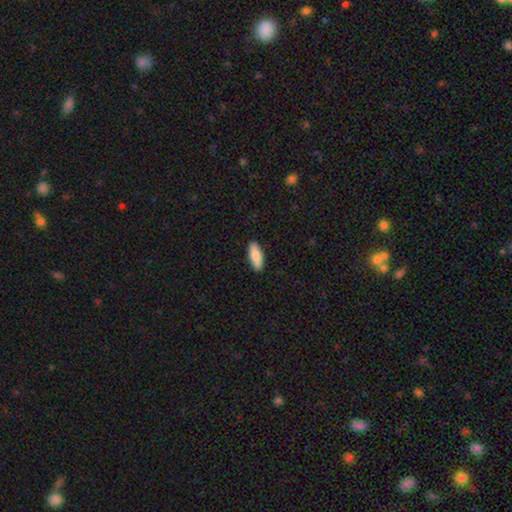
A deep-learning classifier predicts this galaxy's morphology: This is clearly a smooth galaxy (81%). How rounded: likely in between (72%). Merging: clearly none (89%).